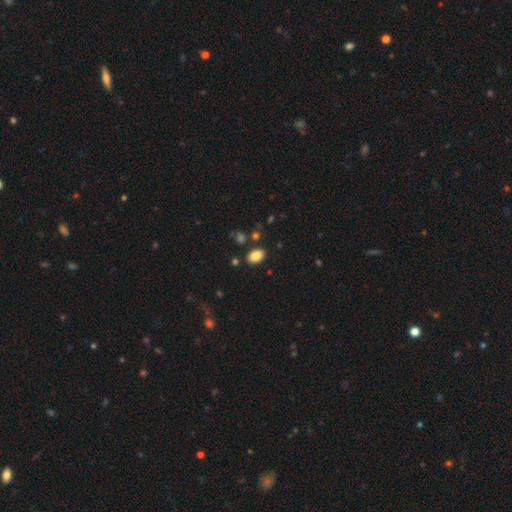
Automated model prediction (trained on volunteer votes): Smooth or featured? Predicted: smooth (p=0.85). How rounded? Predicted: in between (p=0.86). Merging? Predicted: none (p=0.85).